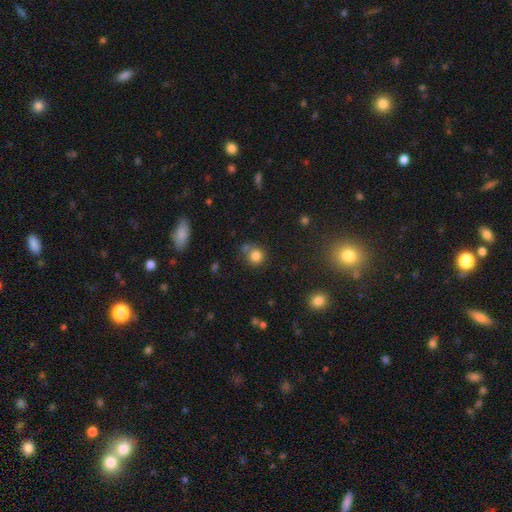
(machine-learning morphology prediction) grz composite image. It shows a smooth galaxy with no disk features (80%) that is round (89%). Merging: none (64%).